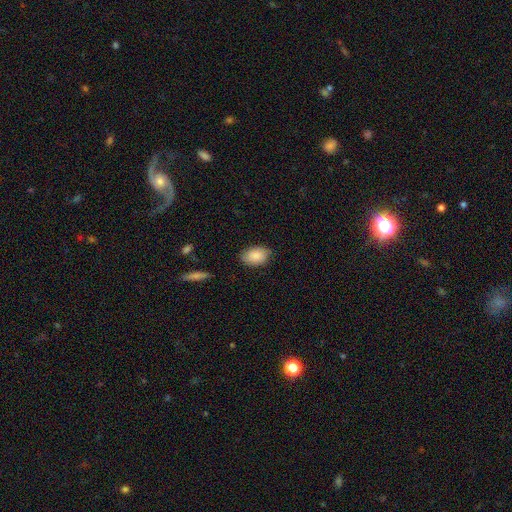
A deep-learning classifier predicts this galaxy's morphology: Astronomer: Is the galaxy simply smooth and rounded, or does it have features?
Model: smooth — 88%.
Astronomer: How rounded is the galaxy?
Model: in between — 89%.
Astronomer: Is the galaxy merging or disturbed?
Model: none — 83%.